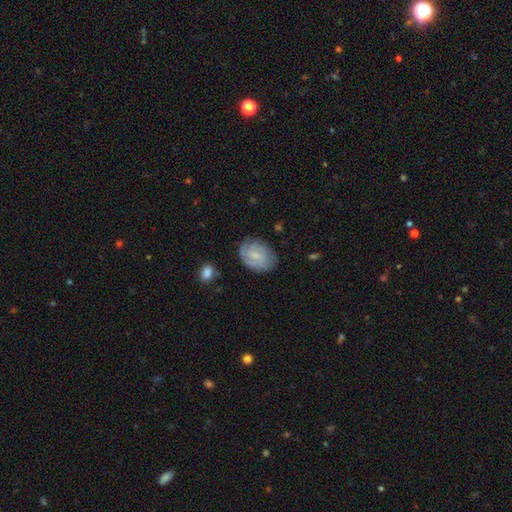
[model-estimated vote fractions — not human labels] Smooth or featured: featured or disk — 49% (smooth — 44%)
Merging: none — 71% (minor disturbance — 21%)